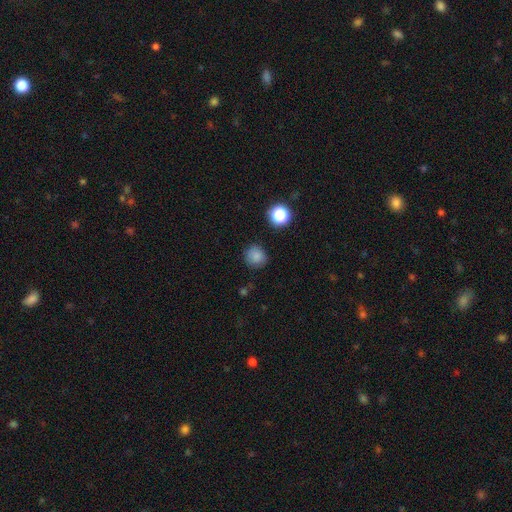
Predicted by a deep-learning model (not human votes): smooth 83%, star or artifact 13%, featured or disk 4%. Down the decision tree: how rounded — round (89%); merging — none (84%).